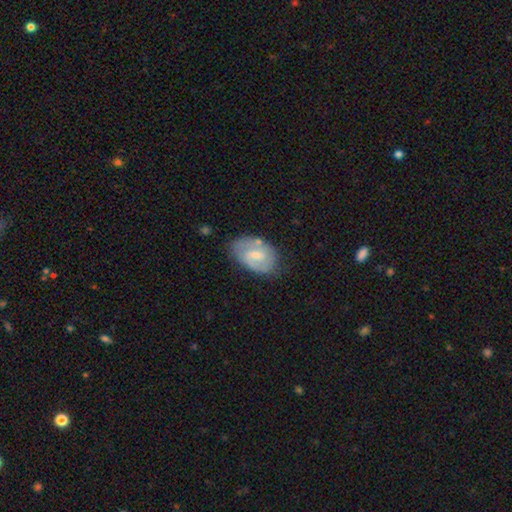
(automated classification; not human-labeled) Smooth or featured? featured or disk (61%)
Edge-on disk? no (96%)
Bar? weak (58%)
Spiral arms? yes (79%)
Bulge size? small (55%)
Merging? none (66%)